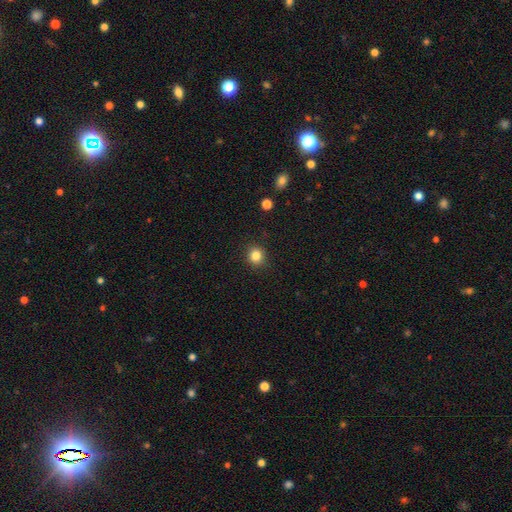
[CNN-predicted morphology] Q: Smooth or featured?
A: smooth (84%); runner-up: star or artifact (12%)
Q: How rounded?
A: round (87%); runner-up: in between (12%)
Q: Merging?
A: none (91%); runner-up: minor disturbance (6%)